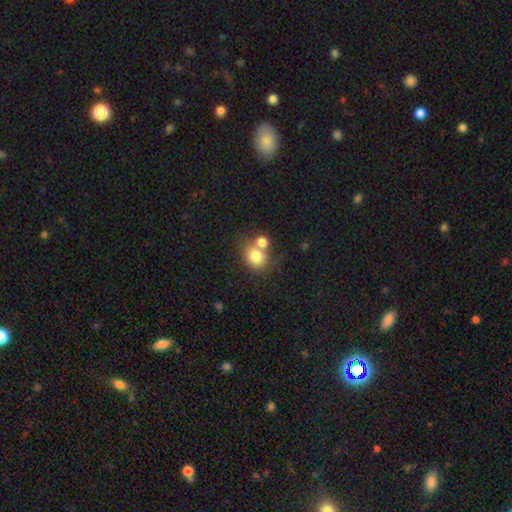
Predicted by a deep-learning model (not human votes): smooth-or-featured: smooth: 79% | star or artifact: 11% | featured or disk: 10%
  how-rounded: round: 70% | in between: 29% | cigar-shaped: 1%
  merging: none: 45% | merger: 42% | minor disturbance: 9% | major disturbance: 4%